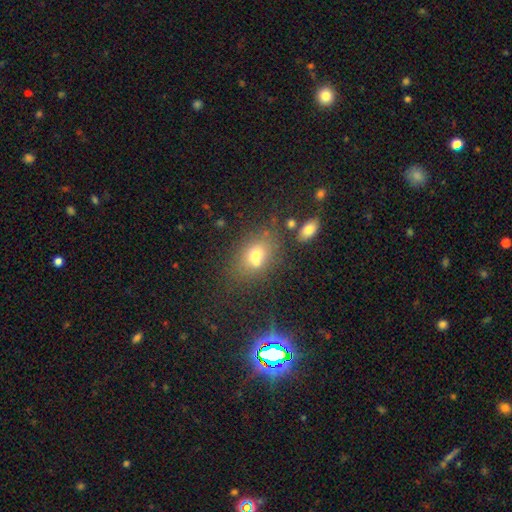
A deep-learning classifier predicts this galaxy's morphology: A smooth galaxy with no disk features (66%) that is in between round and cigar-shaped (64%). Merging: none (51%).